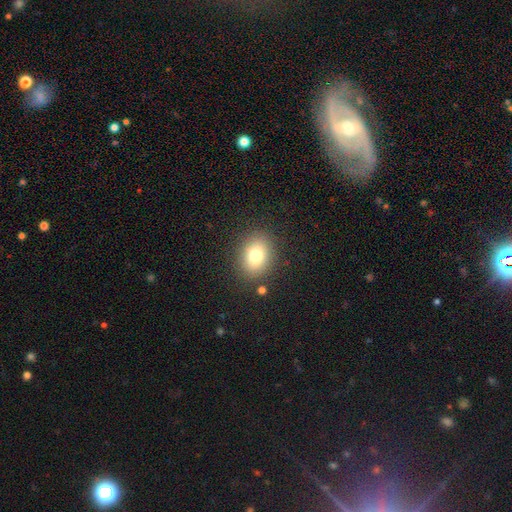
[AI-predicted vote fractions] Overall: smooth (78%). How rounded: in between (54%; round 45%). Merging: none (86%).